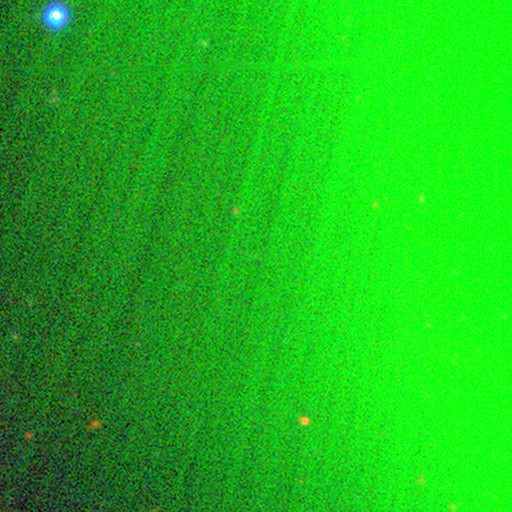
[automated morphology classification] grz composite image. It shows a star or artifact, not a galaxy (81%).